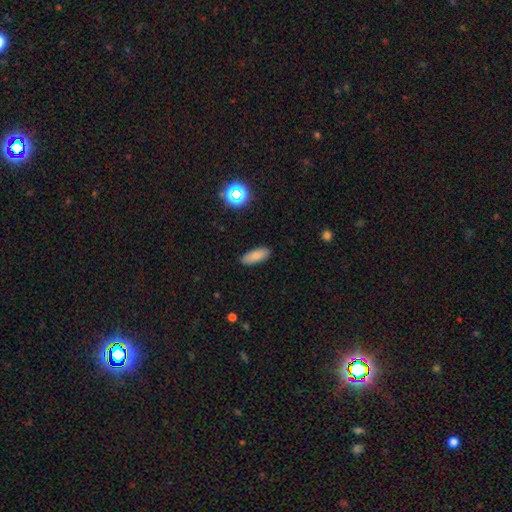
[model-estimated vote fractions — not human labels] The model was most divided on "how rounded": in between: 77%, cigar-shaped: 21%, round: 2%. More confident: merging — none (88%); smooth or featured — smooth (83%).